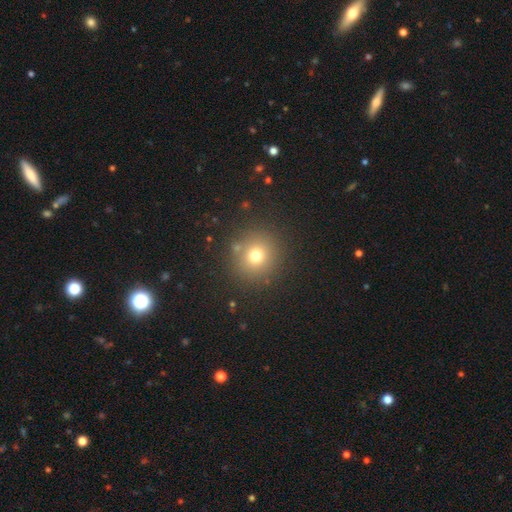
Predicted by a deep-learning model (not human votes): Smooth or featured? Predicted: smooth (p=0.72). How rounded? Predicted: round (p=0.91). Merging? Predicted: none (p=0.86).